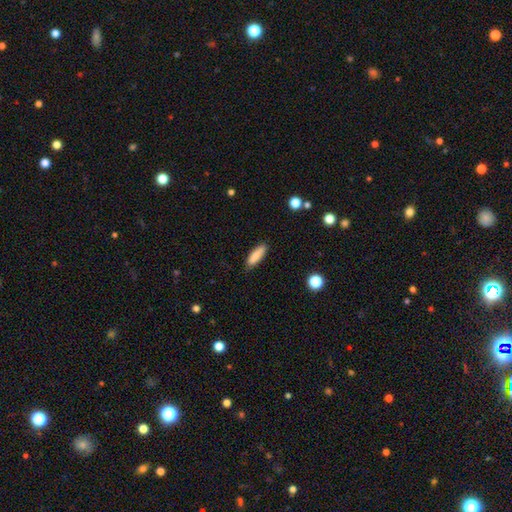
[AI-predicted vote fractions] Smooth or featured: smooth — 83% (featured or disk — 11%)
How rounded: in between — 53% (cigar-shaped — 45%)
Merging: none — 85% (minor disturbance — 12%)